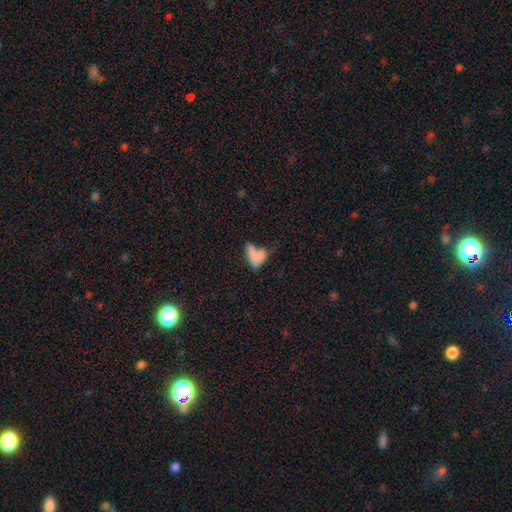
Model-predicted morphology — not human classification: Smooth or featured?
  - smooth: 70% *
  - featured or disk: 18%
  - star or artifact: 13%
How rounded?
  - in between: 78% *
  - cigar-shaped: 15%
  - round: 8%
Merging?
  - merger: 43% *
  - none: 24%
  - major disturbance: 19%
  - minor disturbance: 14%